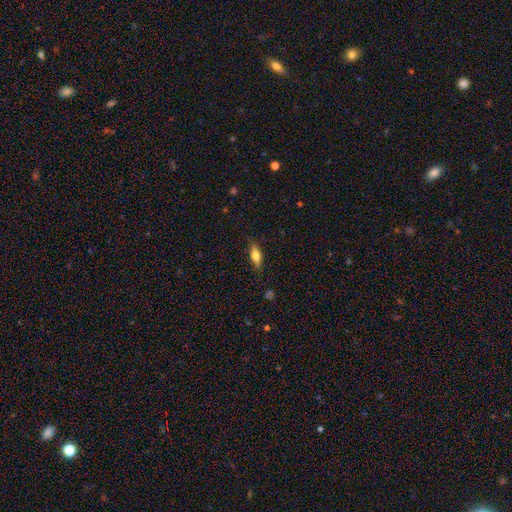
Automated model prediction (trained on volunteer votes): Q: Smooth or featured?
A: smooth (64%); runner-up: featured or disk (29%)
Q: How rounded?
A: in between (62%); runner-up: cigar-shaped (35%)
Q: Merging?
A: none (83%); runner-up: minor disturbance (13%)